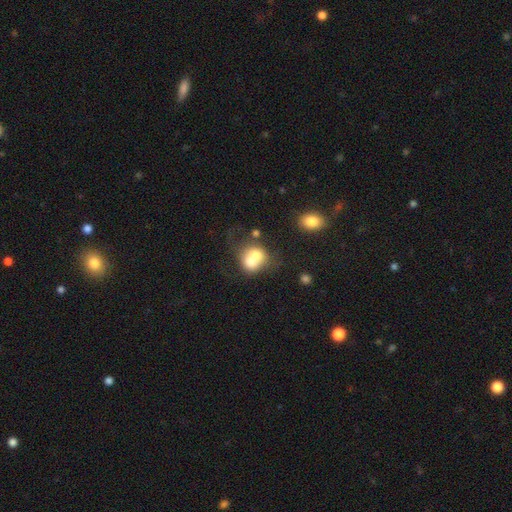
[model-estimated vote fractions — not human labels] The model was most divided on "how rounded": round: 66%, in between: 33%, cigar-shaped: 1%. More confident: merging — merger (66%); smooth or featured — smooth (65%).